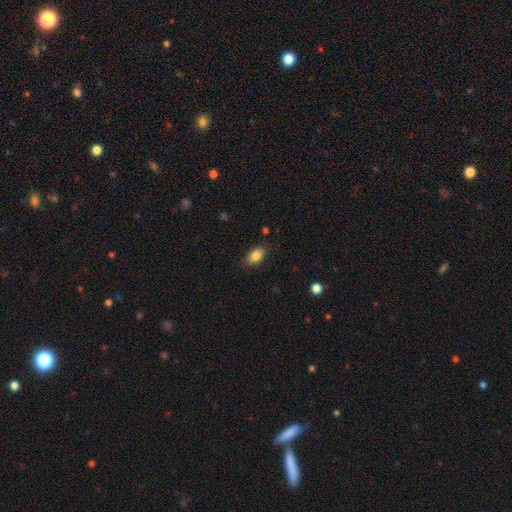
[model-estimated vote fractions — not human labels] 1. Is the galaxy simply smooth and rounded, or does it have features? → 84% smooth, 8% star or artifact, 8% featured or disk.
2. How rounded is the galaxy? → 87% in between, 10% round, 3% cigar-shaped.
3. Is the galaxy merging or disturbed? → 82% none, 14% minor disturbance, 3% major disturbance, 1% merger.